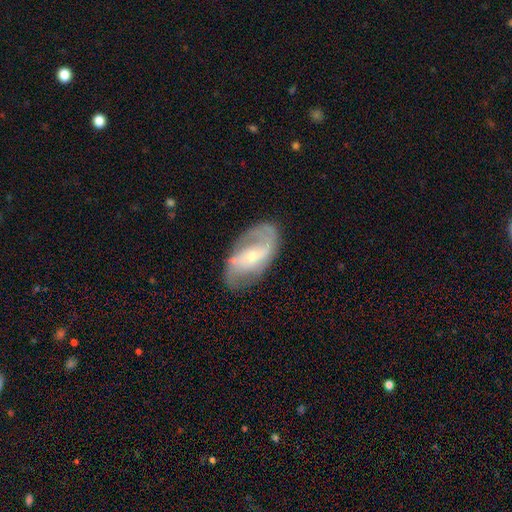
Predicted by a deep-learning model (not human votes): Smooth or featured? featured or disk (80%)
Edge-on disk? no (94%)
Bar? weak (40%)
Spiral arms? yes (90%)
Spiral winding? medium (43%)
Spiral arm count? 2 (75%)
Bulge size? small (62%)
Merging? none (74%)